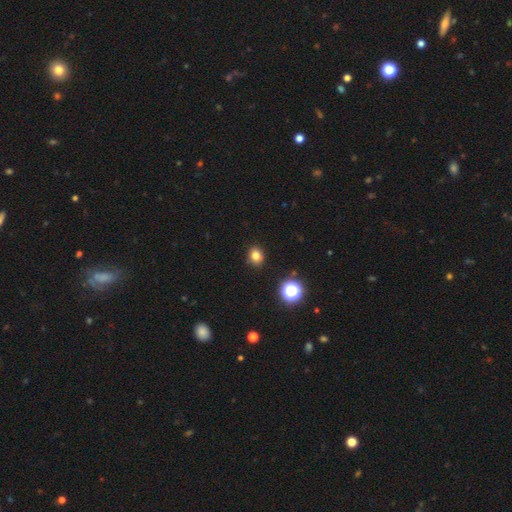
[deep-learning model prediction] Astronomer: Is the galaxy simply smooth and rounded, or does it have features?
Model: smooth — 80%.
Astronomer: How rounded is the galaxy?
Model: round — 66%.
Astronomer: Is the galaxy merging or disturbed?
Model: none — 90%.